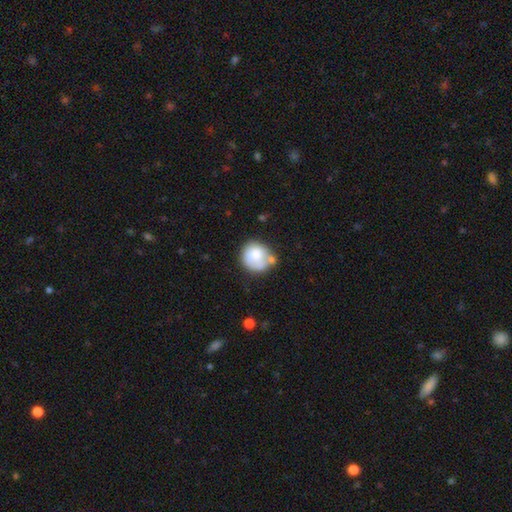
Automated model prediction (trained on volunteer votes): smooth 72%, featured or disk 21%, star or artifact 7%. Down the decision tree: how rounded — round (85%); merging — none (50%).